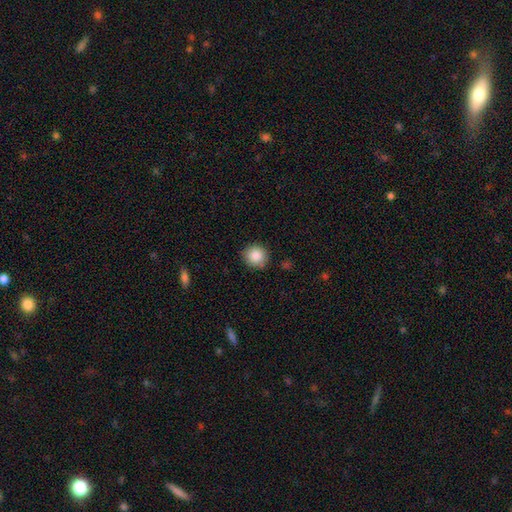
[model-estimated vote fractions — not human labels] Overall: smooth (86%). How rounded: round (93%). Merging: none (89%).